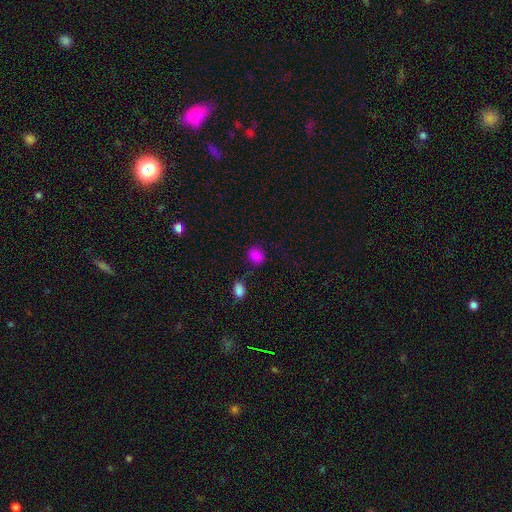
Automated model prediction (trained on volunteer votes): The model was most divided on "how rounded": round: 61%, in between: 38%, cigar-shaped: 1%. More confident: smooth or featured — smooth (83%); merging — none (71%).